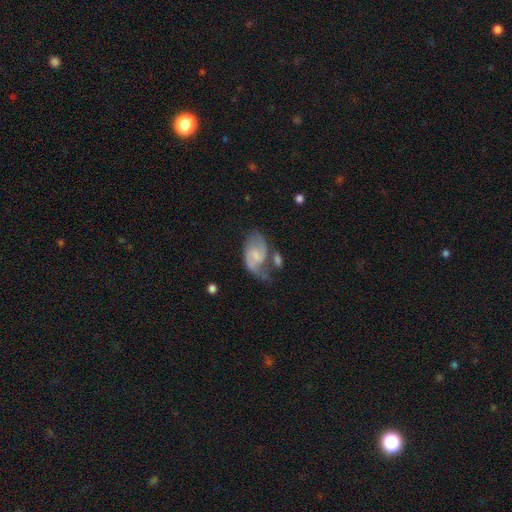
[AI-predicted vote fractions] Smooth or featured?
  - featured or disk: 74% *
  - smooth: 20%
  - star or artifact: 6%
Edge-on disk?
  - no: 97% *
  - yes: 3%
Bar?
  - weak: 51% *
  - no: 38%
  - strong: 11%
Spiral arms?
  - yes: 92% *
  - no: 8%
Spiral winding?
  - medium: 50% *
  - loose: 31%
  - tight: 19%
Spiral arm count?
  - 2: 82% *
  - 1: 7%
  - can't tell: 7%
  - 3: 2%
  - 4: 1%
  - more than 4: 1%
Bulge size?
  - small: 46% *
  - moderate: 25%
  - none: 24%
  - large: 3%
  - dominant: 1%
Merging?
  - none: 40% *
  - minor disturbance: 25%
  - major disturbance: 18%
  - merger: 17%